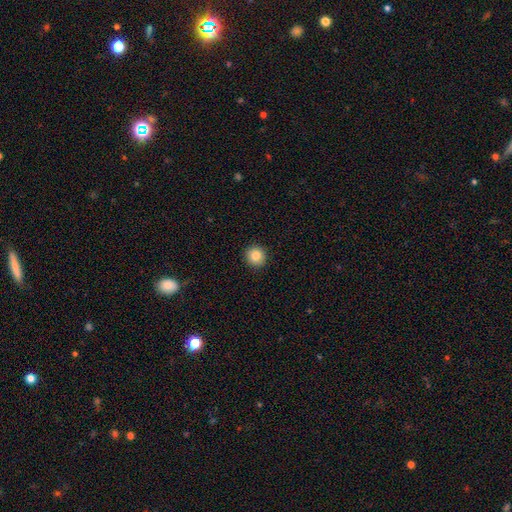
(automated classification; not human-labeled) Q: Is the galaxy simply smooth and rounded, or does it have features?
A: smooth — 84%.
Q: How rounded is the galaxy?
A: round — 94%.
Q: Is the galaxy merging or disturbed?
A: none — 93%.